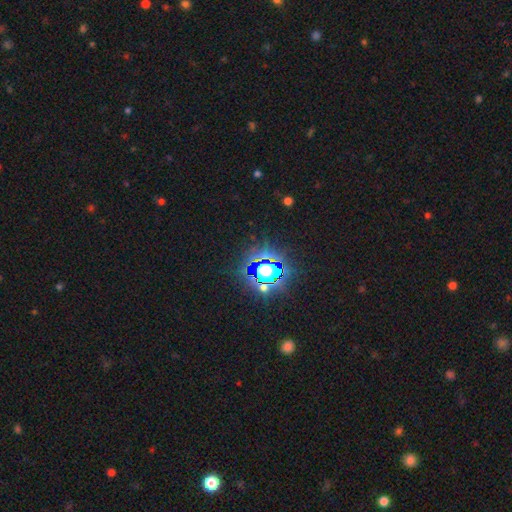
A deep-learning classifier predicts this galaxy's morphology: Q: Smooth or featured?
A: star or artifact (78%); runner-up: smooth (14%)